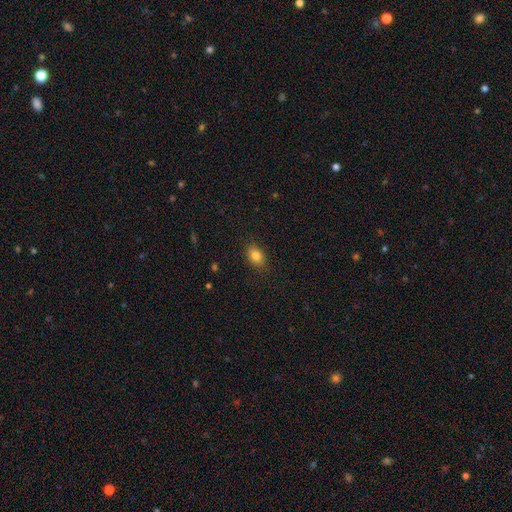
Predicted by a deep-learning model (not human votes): This appears to be a smooth galaxy with no disk features (83%) that is in between round and cigar-shaped (78%). Merging: none (86%).